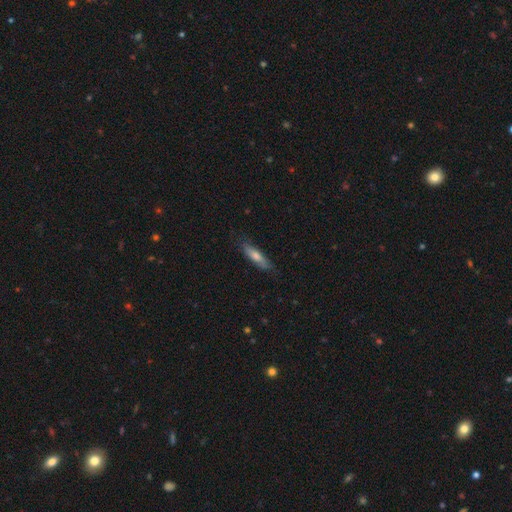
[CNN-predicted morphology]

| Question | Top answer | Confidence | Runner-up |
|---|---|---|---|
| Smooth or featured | smooth | 59% | featured or disk (34%) |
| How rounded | cigar-shaped | 74% | in between (24%) |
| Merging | none | 77% | minor disturbance (18%) |